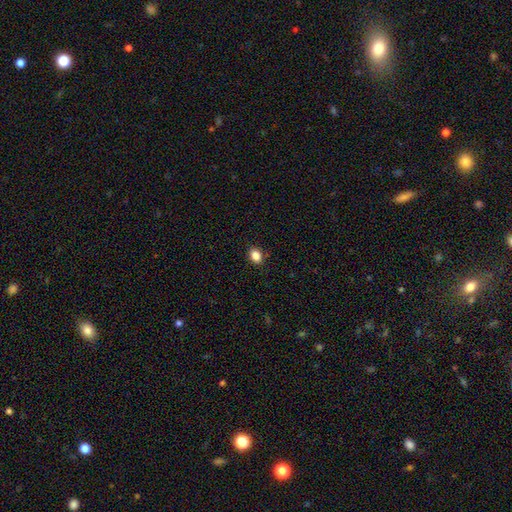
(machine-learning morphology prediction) Smooth or featured?
  - smooth: 86% *
  - star or artifact: 10%
  - featured or disk: 4%
How rounded?
  - in between: 61% *
  - round: 37%
  - cigar-shaped: 1%
Merging?
  - none: 88% *
  - minor disturbance: 9%
  - major disturbance: 2%
  - merger: 1%